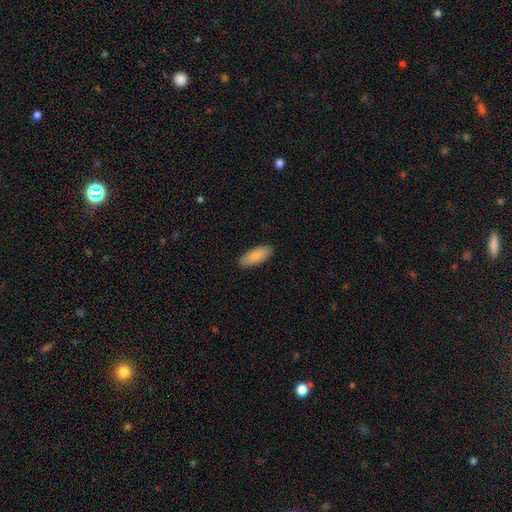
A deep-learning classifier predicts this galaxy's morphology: This appears to be a smooth galaxy with no disk features (86%) that is in between round and cigar-shaped (84%). Merging: none (88%).